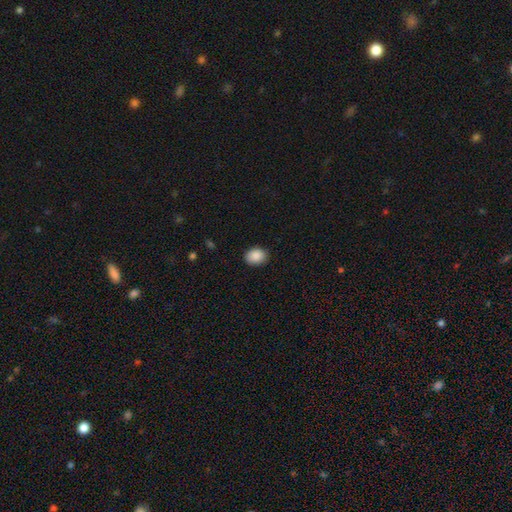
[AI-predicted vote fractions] Morphology: type=smooth (89%); roundness=in between (55%); merging=none (87%).